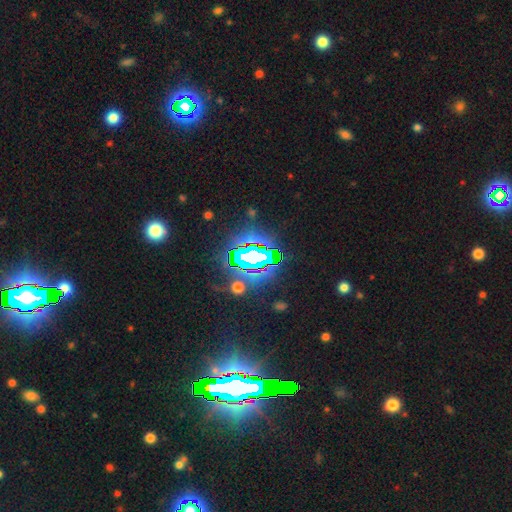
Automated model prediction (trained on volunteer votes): Overall: star or artifact (82%).